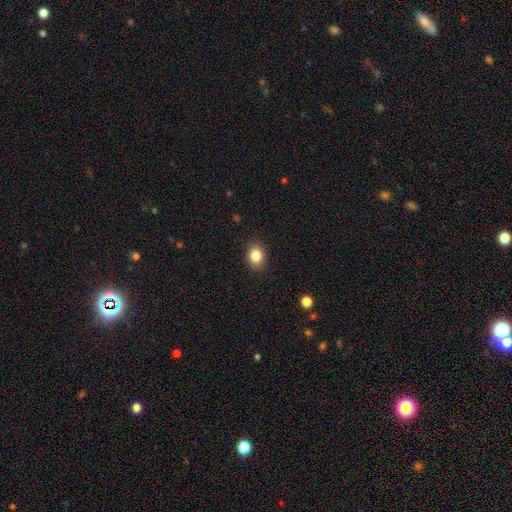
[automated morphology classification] Smooth or featured? smooth (85%)
How rounded? in between (54%)
Merging? none (88%)